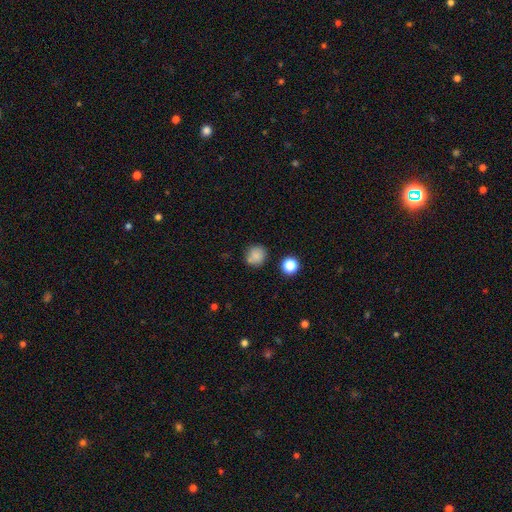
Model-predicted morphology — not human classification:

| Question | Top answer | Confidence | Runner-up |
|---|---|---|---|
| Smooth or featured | smooth | 82% | star or artifact (11%) |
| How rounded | round | 88% | in between (11%) |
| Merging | none | 73% | minor disturbance (13%) |